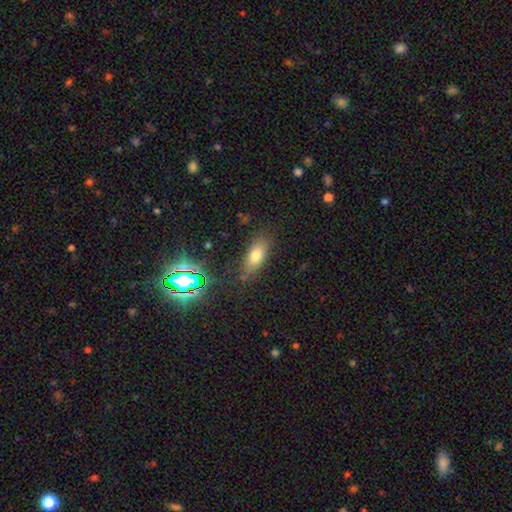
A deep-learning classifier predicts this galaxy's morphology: Smooth or featured?
  - smooth: 69% *
  - star or artifact: 16%
  - featured or disk: 15%
How rounded?
  - in between: 75% *
  - cigar-shaped: 19%
  - round: 5%
Merging?
  - none: 79% *
  - minor disturbance: 14%
  - major disturbance: 4%
  - merger: 3%